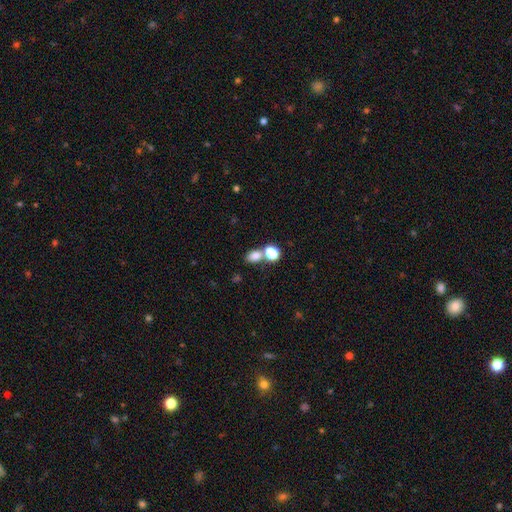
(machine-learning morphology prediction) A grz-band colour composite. It shows a smooth galaxy with no disk features (76%) that is in between round and cigar-shaped (68%). Merging: merger (44%).